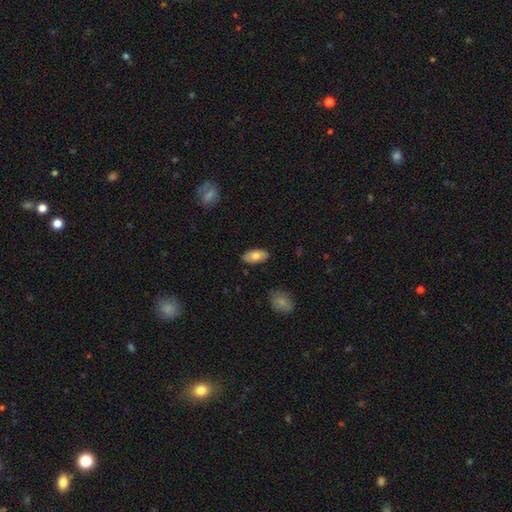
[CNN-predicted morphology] A smooth galaxy with no disk features (76%) that is in between round and cigar-shaped (94%).

Vote fractions:
- Smooth or featured? smooth: 76% / featured or disk: 18% / star or artifact: 6%
- How rounded? in between: 94% / cigar-shaped: 4% / round: 3%
- Merging? none: 87% / minor disturbance: 10% / major disturbance: 2% / merger: 1%